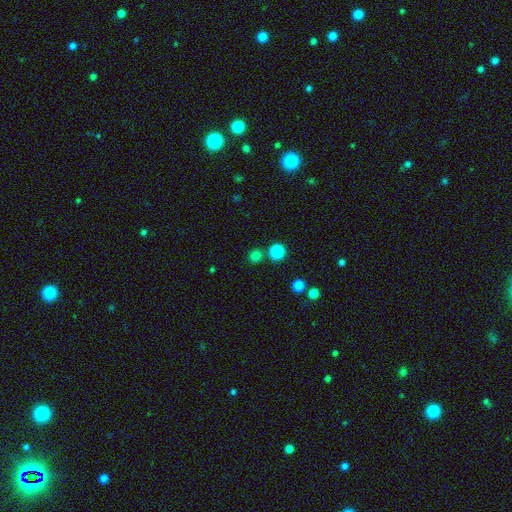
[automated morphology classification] smooth_or_featured: smooth (p=0.77) [alt: star or artifact p=0.18]
how_rounded: round (p=0.90) [alt: in between p=0.09]
merging: none (p=0.76) [alt: merger p=0.14]